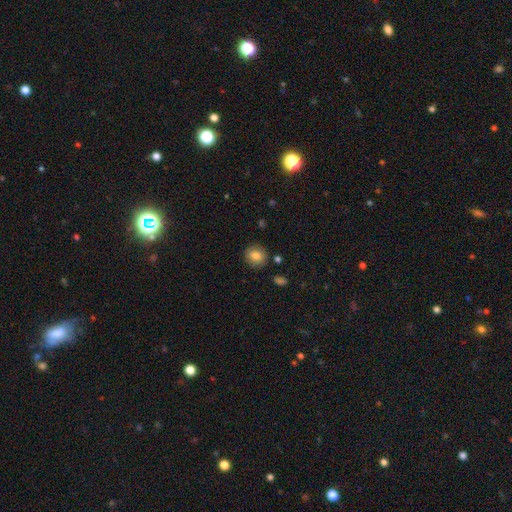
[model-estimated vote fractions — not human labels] This is clearly a smooth galaxy (83%). How rounded: clearly round (88%). Merging: clearly none (88%).